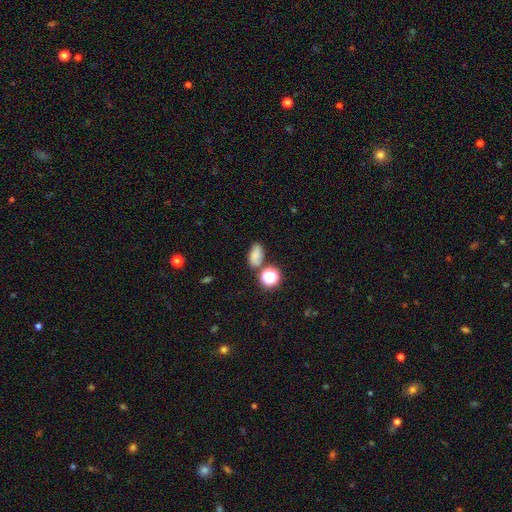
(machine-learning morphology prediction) This is likely a smooth galaxy (74%). How rounded: clearly in between (83%). Merging: likely none (70%).